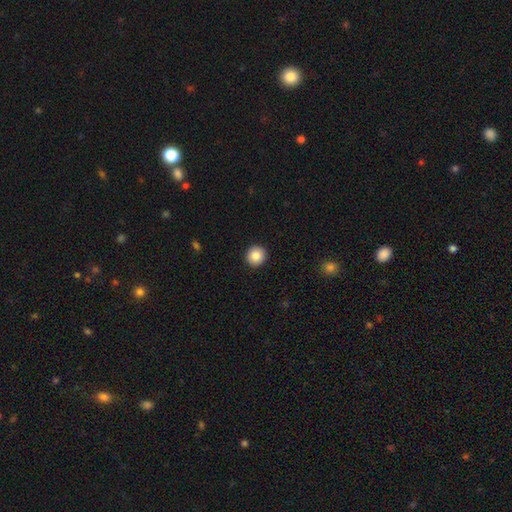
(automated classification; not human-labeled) This appears to be a smooth galaxy with no disk features (86%) that is round (91%). Merging: none (93%).